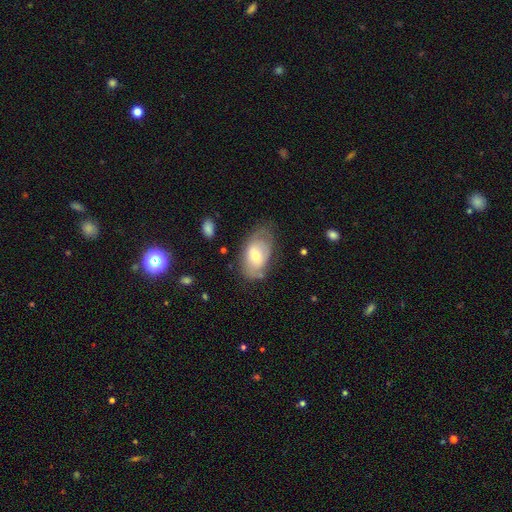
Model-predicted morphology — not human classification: smooth-or-featured: smooth: 52% | featured or disk: 41% | star or artifact: 7%
  how-rounded: in between: 90% | round: 8% | cigar-shaped: 2%
  merging: none: 54% | minor disturbance: 30% | major disturbance: 13% | merger: 3%